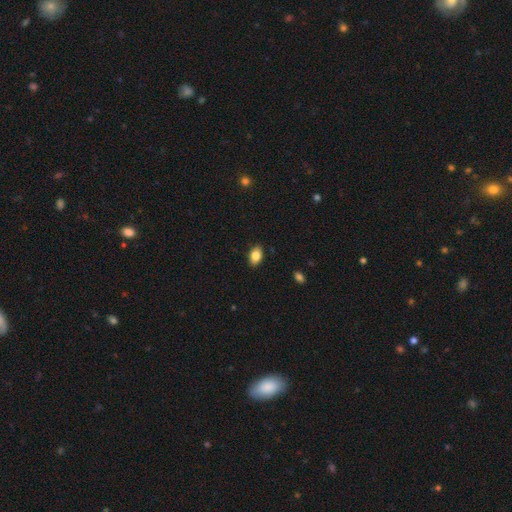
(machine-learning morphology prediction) Smooth or featured? Predicted: smooth (p=0.84). How rounded? Predicted: in between (p=0.88). Merging? Predicted: none (p=0.88).